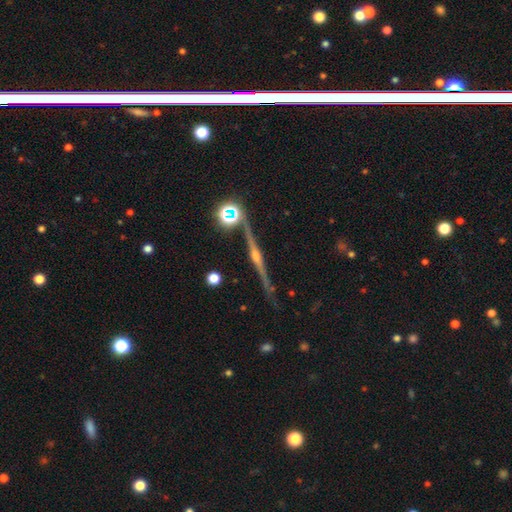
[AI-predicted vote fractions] Smooth or featured? featured or disk (86%)
Edge-on disk? yes (98%)
Edge-on bulge? rounded (90%)
Merging? none (85%)